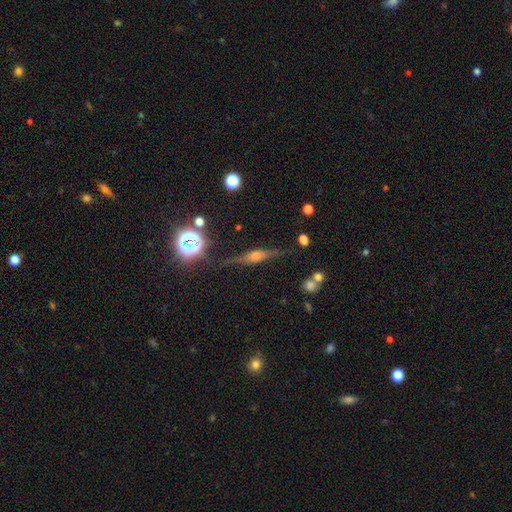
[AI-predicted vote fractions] featured or disk 69%, smooth 19%, star or artifact 12%. Down the decision tree: edge-on disk — yes (95%); edge-on bulge — rounded (87%); merging — none (84%).